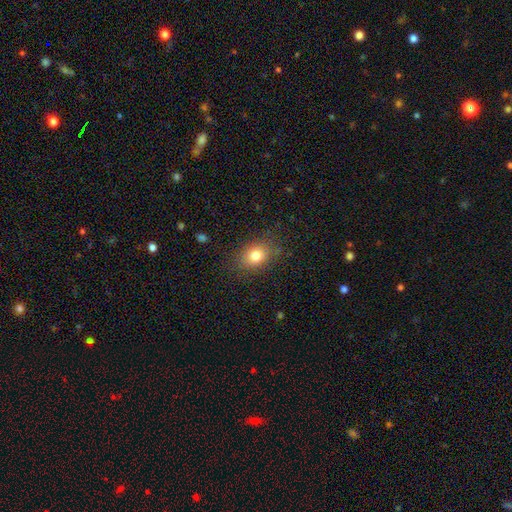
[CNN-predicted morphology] smooth 79%, star or artifact 10%, featured or disk 10%. Down the decision tree: how rounded — in between (63%); merging — none (83%).